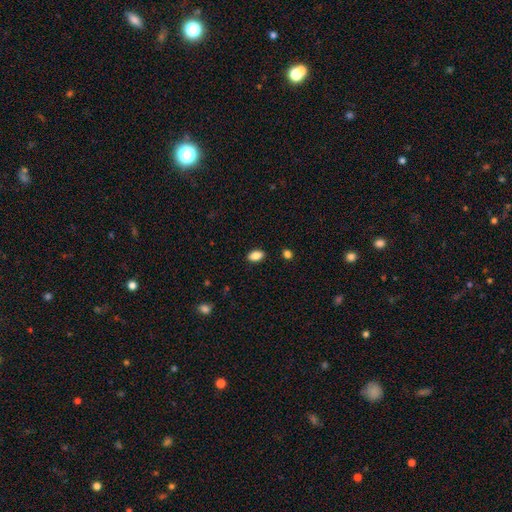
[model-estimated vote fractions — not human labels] This is clearly a smooth galaxy (87%). How rounded: clearly in between (91%). Merging: clearly none (88%).